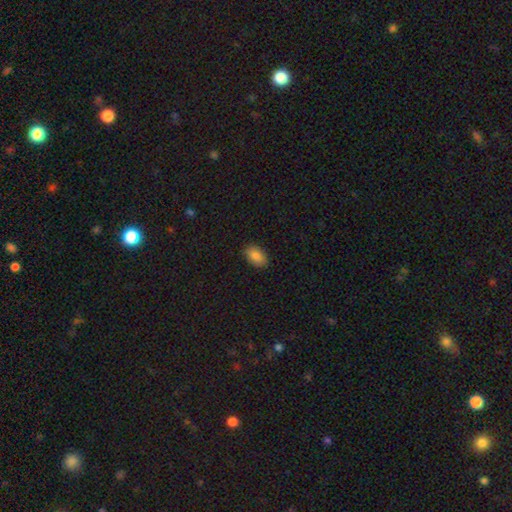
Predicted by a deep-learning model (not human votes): Q: Smooth or featured?
A: smooth (85%); runner-up: star or artifact (8%)
Q: How rounded?
A: in between (89%); runner-up: round (9%)
Q: Merging?
A: none (86%); runner-up: minor disturbance (11%)